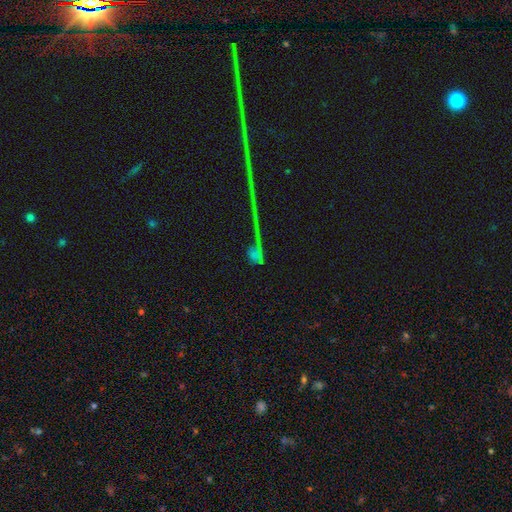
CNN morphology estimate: star or artifact 45%, smooth 29%, featured or disk 27%.